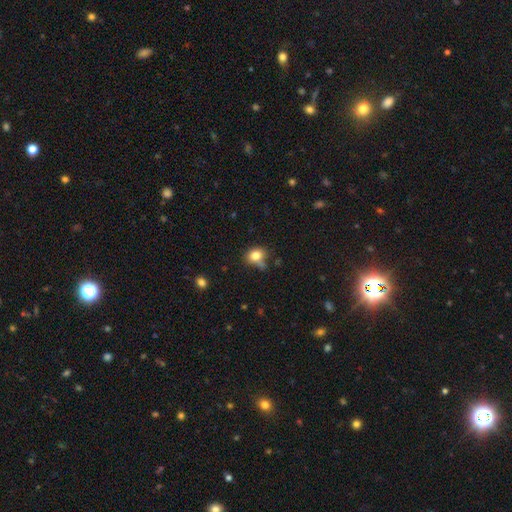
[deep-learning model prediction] The model was most divided on "how rounded": in between: 53%, round: 46%, cigar-shaped: 1%. More confident: smooth or featured — smooth (80%); merging — none (51%).